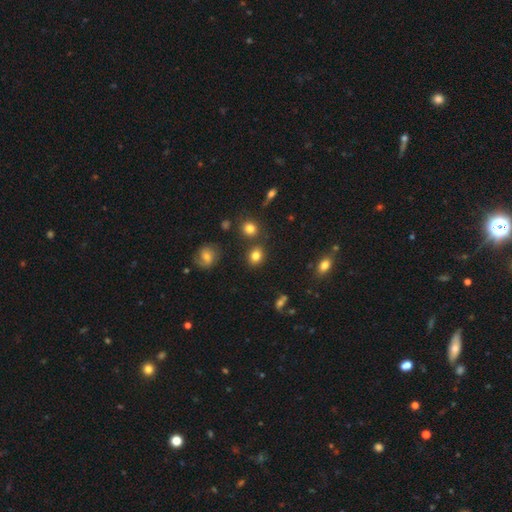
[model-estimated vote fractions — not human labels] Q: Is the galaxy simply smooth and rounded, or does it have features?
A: smooth — 81%.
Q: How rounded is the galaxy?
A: round — 62%.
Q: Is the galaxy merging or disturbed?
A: none — 80%.